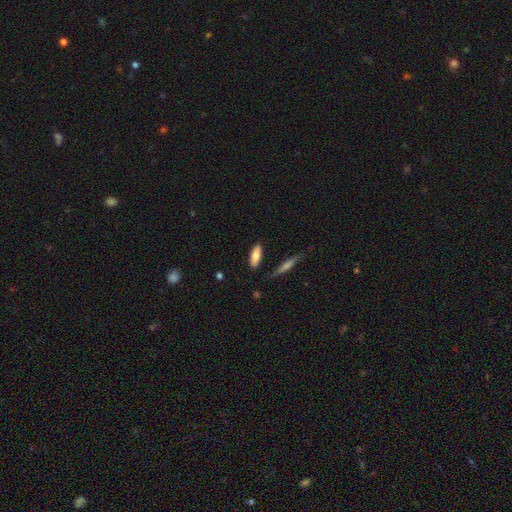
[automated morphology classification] Smooth or featured: smooth — 78% (featured or disk — 15%)
How rounded: in between — 66% (cigar-shaped — 32%)
Merging: none — 80% (minor disturbance — 14%)